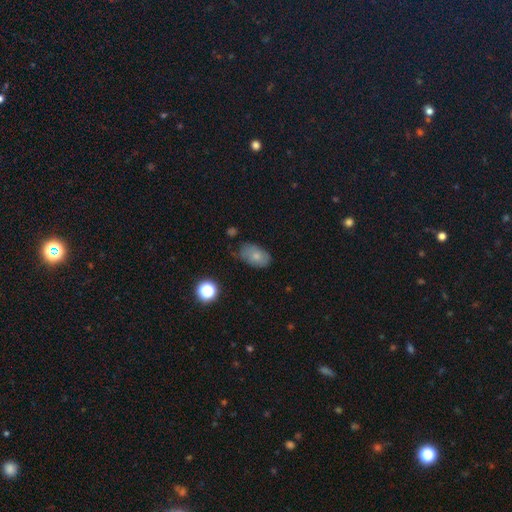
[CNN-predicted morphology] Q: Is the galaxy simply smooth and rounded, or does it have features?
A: smooth — 75%.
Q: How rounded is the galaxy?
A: in between — 89%.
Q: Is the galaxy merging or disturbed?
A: none — 64%.